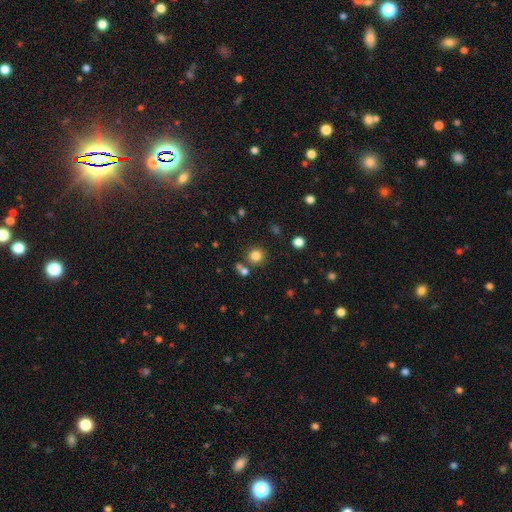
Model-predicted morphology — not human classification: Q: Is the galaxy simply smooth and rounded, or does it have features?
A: smooth — 81%.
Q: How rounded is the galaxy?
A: round — 91%.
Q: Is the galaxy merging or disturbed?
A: none — 79%.